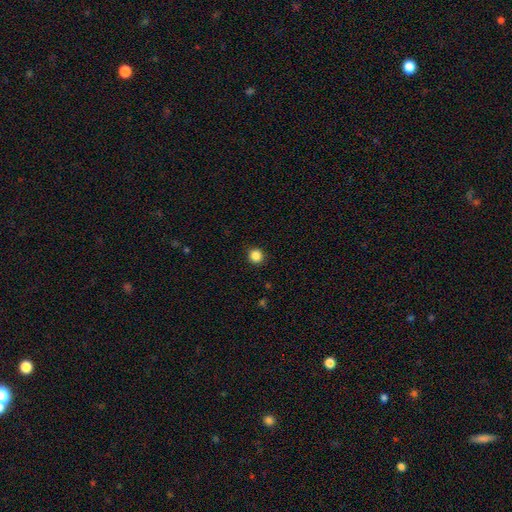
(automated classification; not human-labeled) Smooth or featured? Predicted: smooth (p=0.86). How rounded? Predicted: round (p=0.94). Merging? Predicted: none (p=0.92).